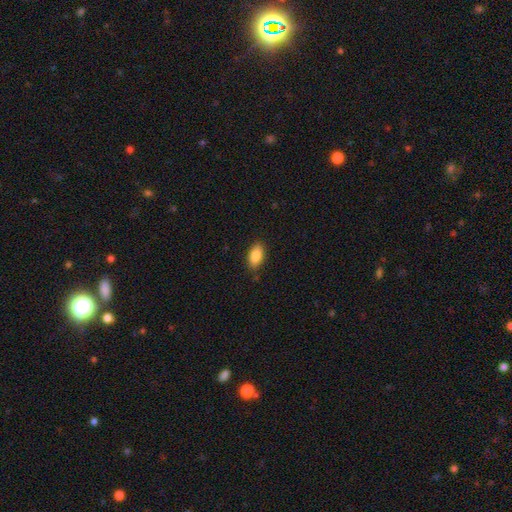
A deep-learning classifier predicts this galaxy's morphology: Overall: smooth (86%). How rounded: in between (91%). Merging: none (86%).